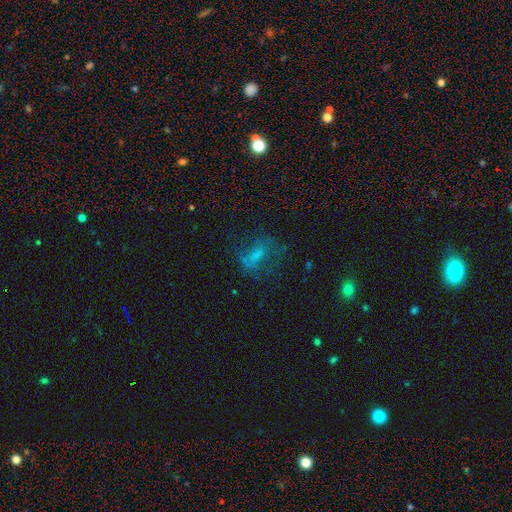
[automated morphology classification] Q: Smooth or featured?
A: smooth (43%); runner-up: featured or disk (37%)
Q: Merging?
A: none (48%); runner-up: major disturbance (29%)